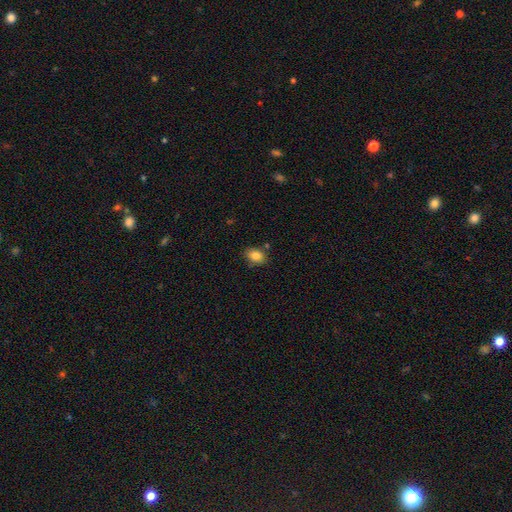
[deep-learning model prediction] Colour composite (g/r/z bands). It shows a smooth galaxy with no disk features (84%) that is in between round and cigar-shaped (62%). Merging: none (78%).